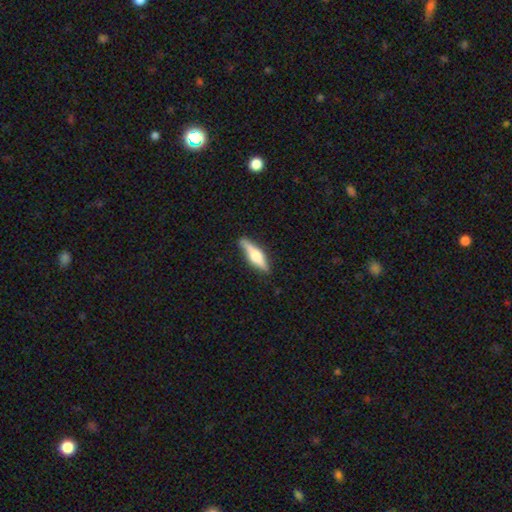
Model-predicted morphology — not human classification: Smooth or featured? Predicted: featured or disk (p=0.50). Merging? Predicted: none (p=0.80).